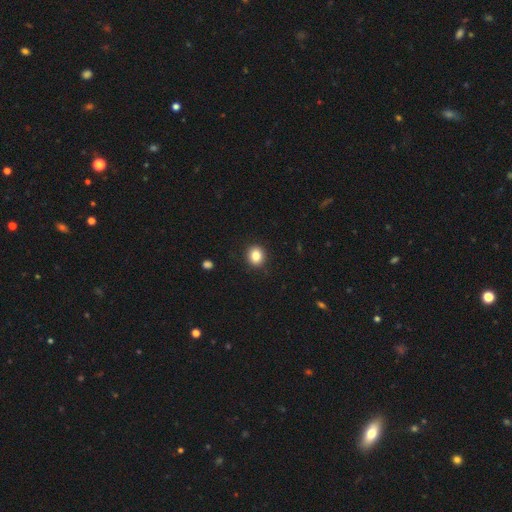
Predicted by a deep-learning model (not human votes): This is clearly a smooth galaxy (84%). How rounded: likely round (71%). Merging: clearly none (91%).